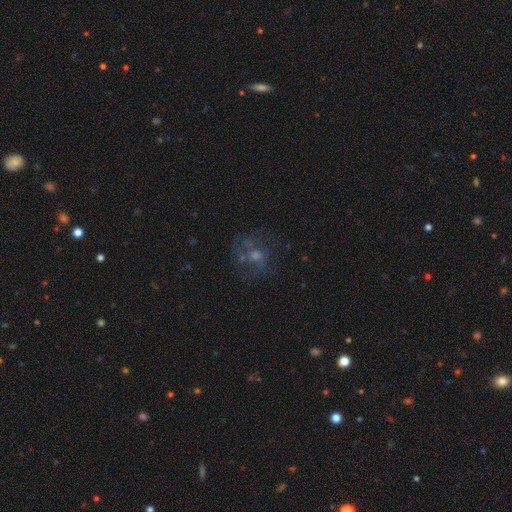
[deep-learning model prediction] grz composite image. It shows a featured or disk galaxy (54%) with no bar (77%), spiral arms (58%) and a moderate central bulge (49%). Merging: none (62%).